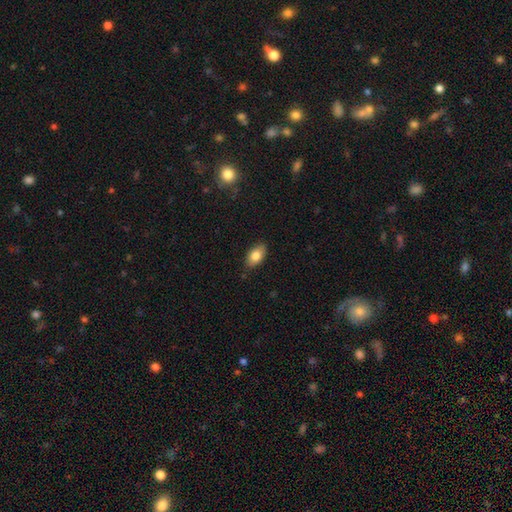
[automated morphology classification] A smooth galaxy with no disk features (82%) that is in between round and cigar-shaped (92%). Merging: none (83%).